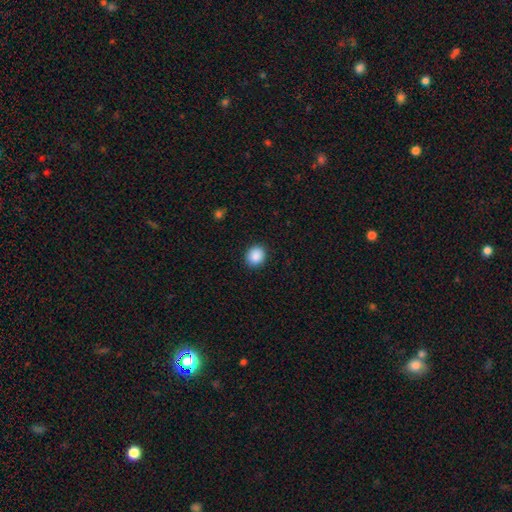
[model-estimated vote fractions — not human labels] Smooth or featured?
  - smooth: 89% *
  - star or artifact: 8%
  - featured or disk: 3%
How rounded?
  - round: 75% *
  - in between: 24%
  - cigar-shaped: 1%
Merging?
  - none: 91% *
  - minor disturbance: 6%
  - major disturbance: 2%
  - merger: 1%